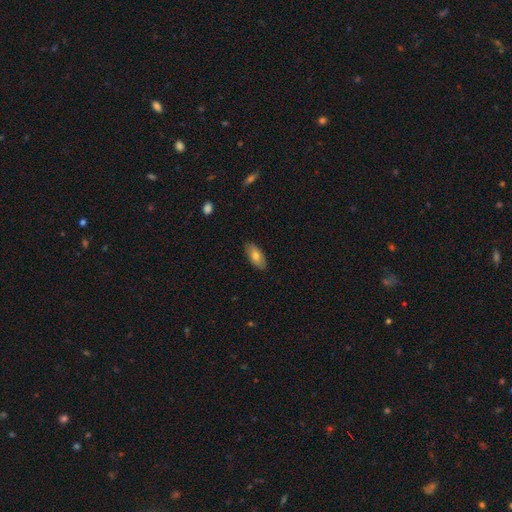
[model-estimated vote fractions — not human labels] Overall: smooth (72%). How rounded: in between (89%). Merging: none (86%).